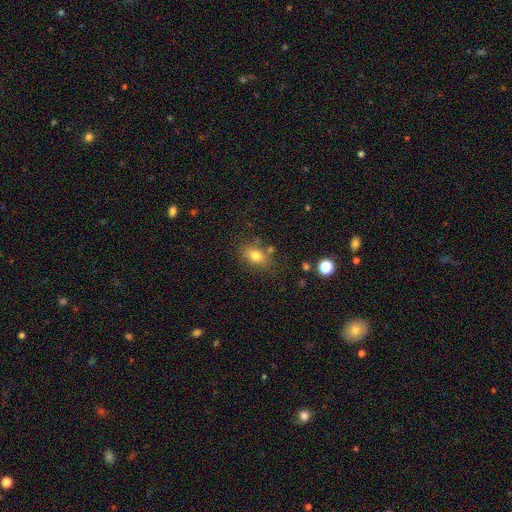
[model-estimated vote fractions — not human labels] Overall: smooth (78%). How rounded: in between (78%). Merging: none (74%).